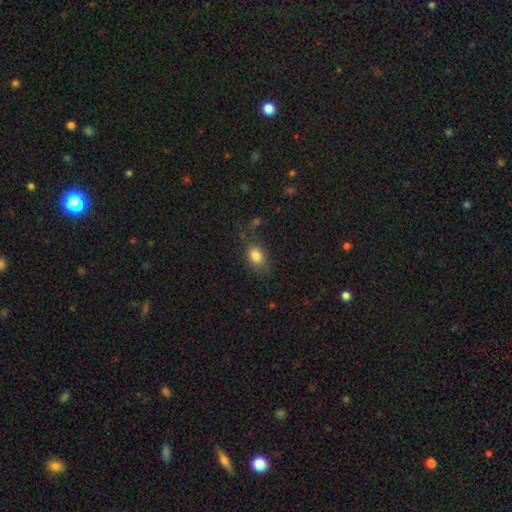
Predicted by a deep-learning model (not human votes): Morphology: type=smooth (83%); roundness=in between (71%); merging=none (70%).